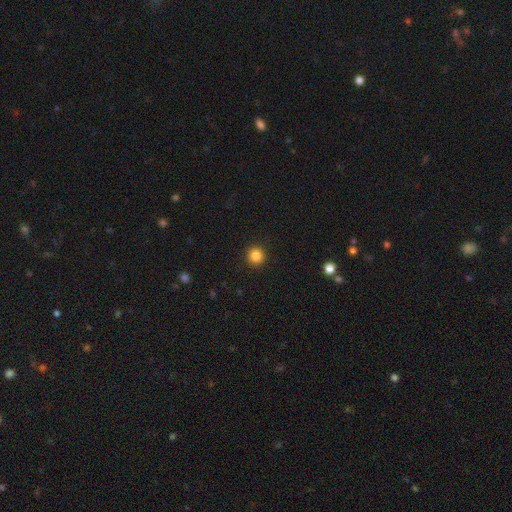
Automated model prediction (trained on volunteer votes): Morphology: type=smooth (85%); roundness=round (94%); merging=none (93%).